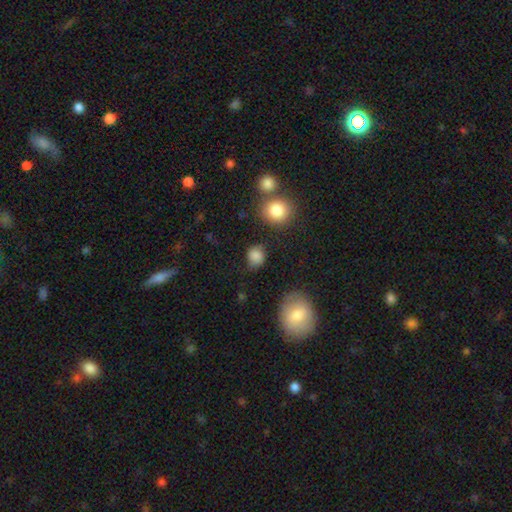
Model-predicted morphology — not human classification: Overall: smooth (80%). How rounded: round (64%; in between 35%). Merging: none (65%).